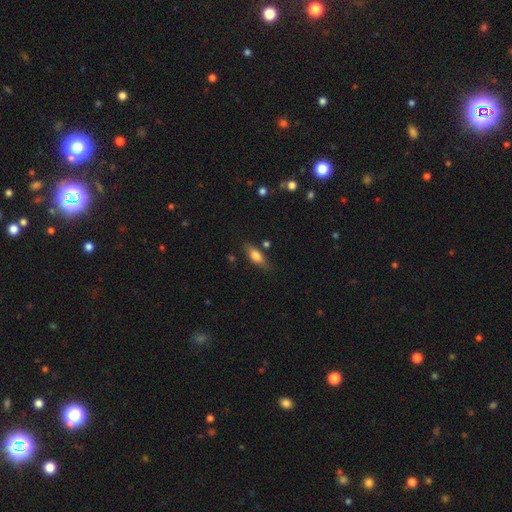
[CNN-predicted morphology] This is likely a smooth galaxy (72%). How rounded: likely in between (68%). Merging: likely none (77%).